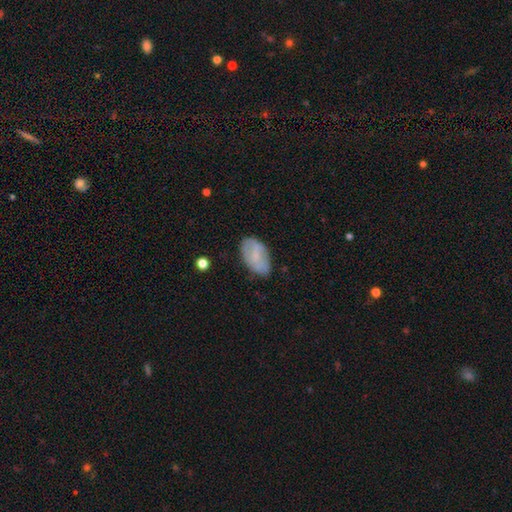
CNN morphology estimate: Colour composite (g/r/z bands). It shows a smooth galaxy with no disk features (64%) that is in between round and cigar-shaped (93%). Merging: none (74%).